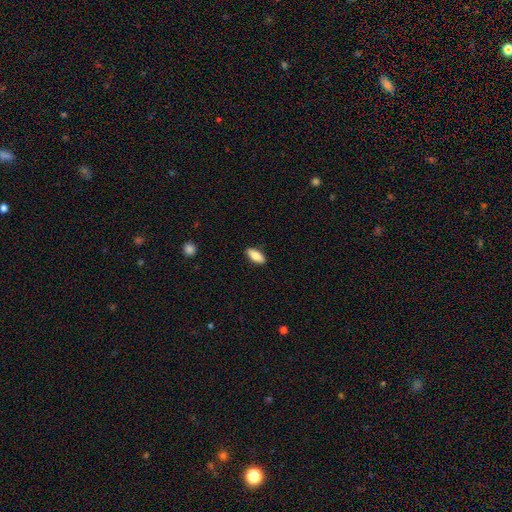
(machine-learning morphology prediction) Smooth or featured?
  - smooth: 82% *
  - featured or disk: 11%
  - star or artifact: 6%
How rounded?
  - in between: 83% *
  - cigar-shaped: 15%
  - round: 2%
Merging?
  - none: 89% *
  - minor disturbance: 9%
  - major disturbance: 2%
  - merger: 1%